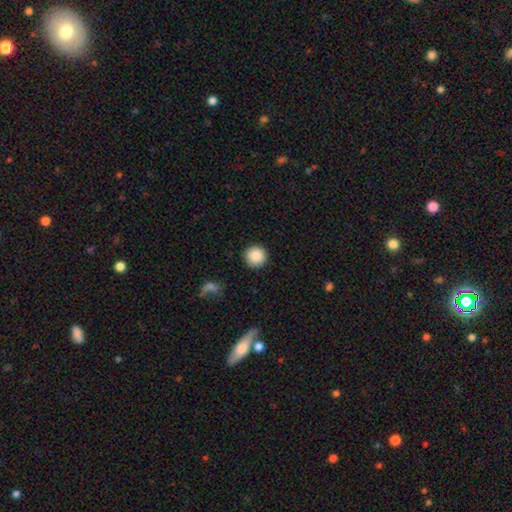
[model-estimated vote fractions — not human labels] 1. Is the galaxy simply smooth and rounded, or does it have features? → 89% smooth, 8% star or artifact, 3% featured or disk.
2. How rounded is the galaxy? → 96% round, 3% in between, 1% cigar-shaped.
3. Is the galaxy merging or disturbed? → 92% none, 5% minor disturbance, 2% major disturbance, 1% merger.